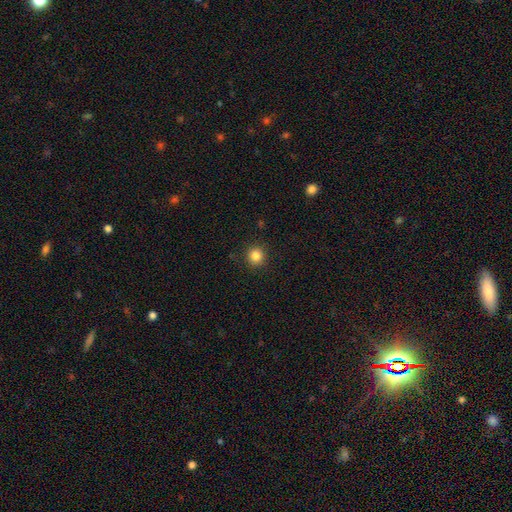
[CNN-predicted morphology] Smooth or featured? Predicted: smooth (p=0.84). How rounded? Predicted: round (p=0.92). Merging? Predicted: none (p=0.90).